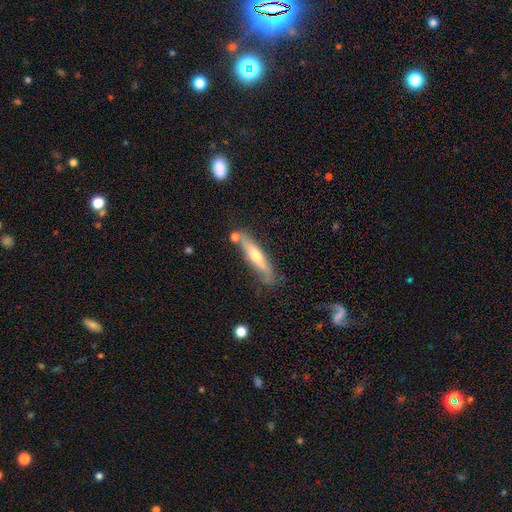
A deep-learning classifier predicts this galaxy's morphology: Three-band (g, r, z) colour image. It shows a featured or disk galaxy (52%) viewed edge-on (87%). Merging: none (69%).